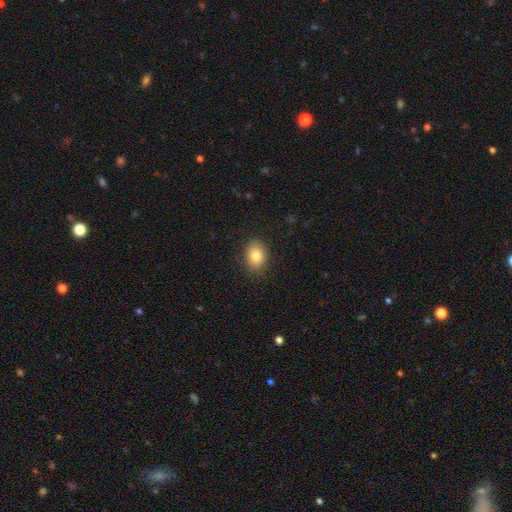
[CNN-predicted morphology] Smooth or featured? Predicted: smooth (p=0.82). How rounded? Predicted: in between (p=0.67). Merging? Predicted: none (p=0.87).